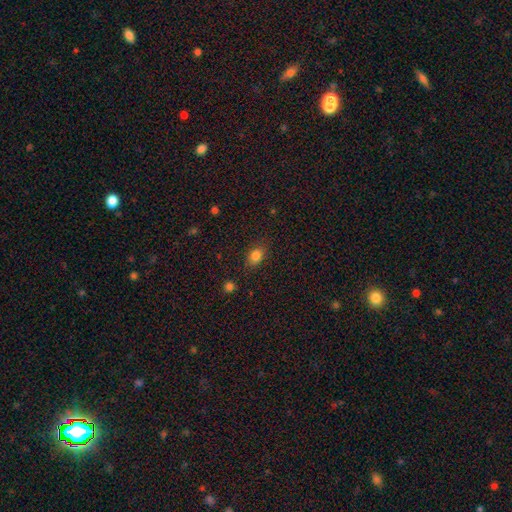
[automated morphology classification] The model was most divided on "how rounded": in between: 70%, round: 28%, cigar-shaped: 2%. More confident: merging — none (82%); smooth or featured — smooth (82%).